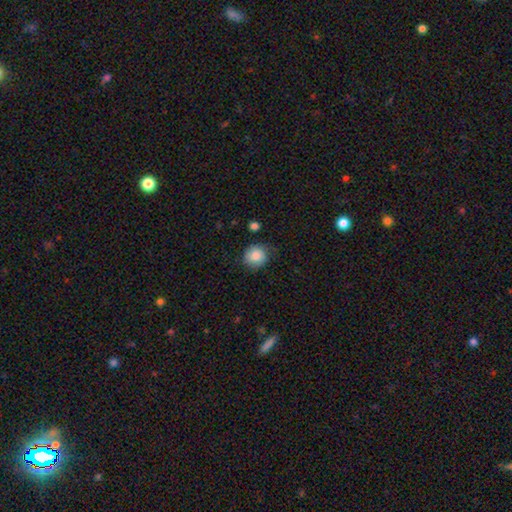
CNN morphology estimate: This is clearly a smooth galaxy (80%). How rounded: clearly round (83%). Merging: likely none (68%).